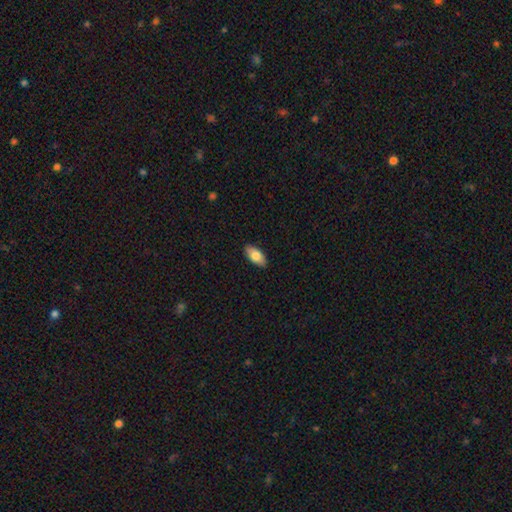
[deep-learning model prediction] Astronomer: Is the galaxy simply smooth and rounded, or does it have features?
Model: smooth — 80%.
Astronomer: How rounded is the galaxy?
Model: in between — 91%.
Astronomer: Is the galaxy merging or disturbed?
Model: none — 89%.